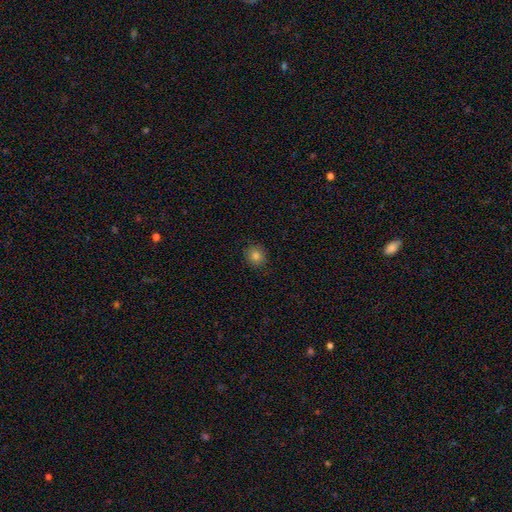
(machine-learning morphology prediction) This is clearly a smooth galaxy (82%). How rounded: clearly round (87%). Merging: clearly none (90%).